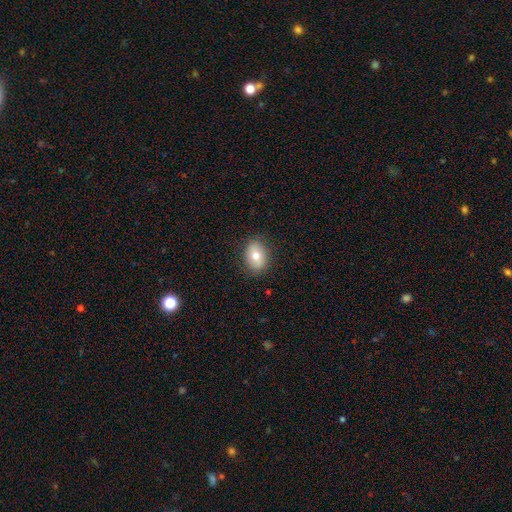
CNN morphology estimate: smooth_or_featured: smooth (p=0.73) [alt: featured or disk p=0.19]
how_rounded: in between (p=0.73) [alt: round p=0.26]
merging: none (p=0.86) [alt: minor disturbance p=0.10]